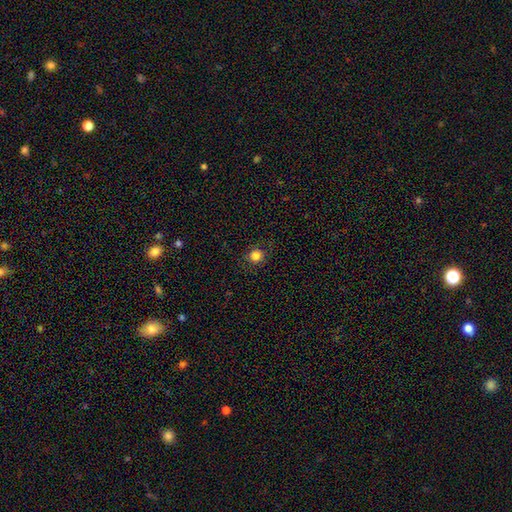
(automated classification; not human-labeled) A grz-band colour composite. It shows a smooth galaxy with no disk features (84%) that is round (92%). Merging: none (88%).